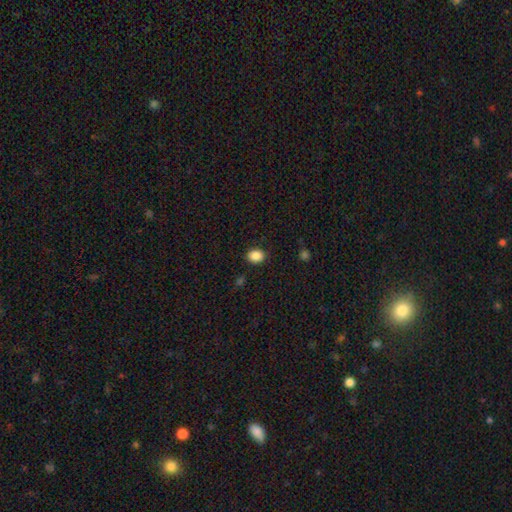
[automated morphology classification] A smooth galaxy with no disk features (88%) that is in between round and cigar-shaped (56%). Merging: none (87%).